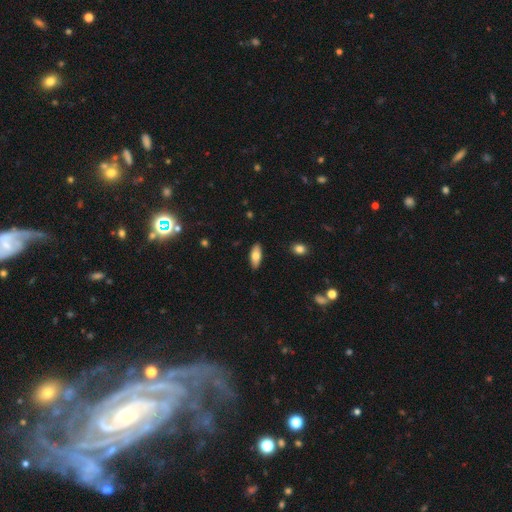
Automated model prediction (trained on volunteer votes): This appears to be a smooth galaxy with no disk features (74%) that is in between round and cigar-shaped (80%). Merging: none (88%).